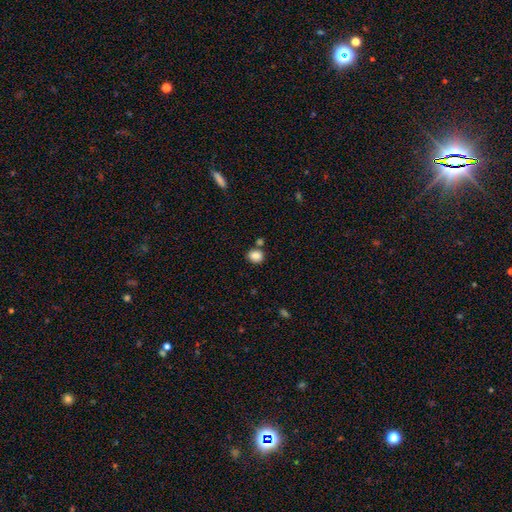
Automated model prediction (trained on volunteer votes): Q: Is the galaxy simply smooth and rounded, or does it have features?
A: smooth — 86%.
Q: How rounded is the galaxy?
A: round — 57%.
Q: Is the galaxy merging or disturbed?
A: none — 73%.